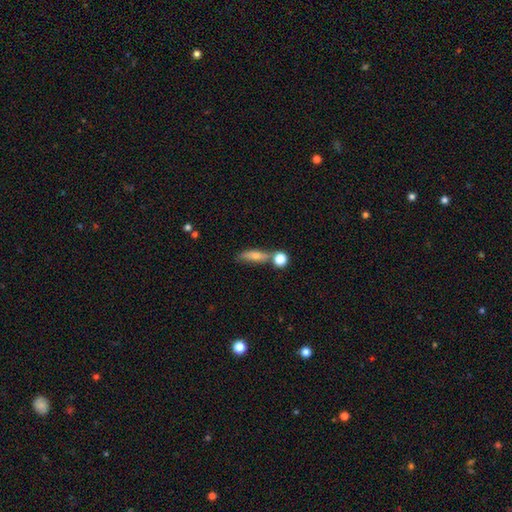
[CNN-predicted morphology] A smooth galaxy with no disk features (64%) that is cigar-shaped (51%).

Vote fractions:
- Smooth or featured? smooth: 64% / featured or disk: 27% / star or artifact: 9%
- How rounded? cigar-shaped: 51% / in between: 40% / round: 9%
- Merging? none: 56% / merger: 23% / minor disturbance: 15% / major disturbance: 6%